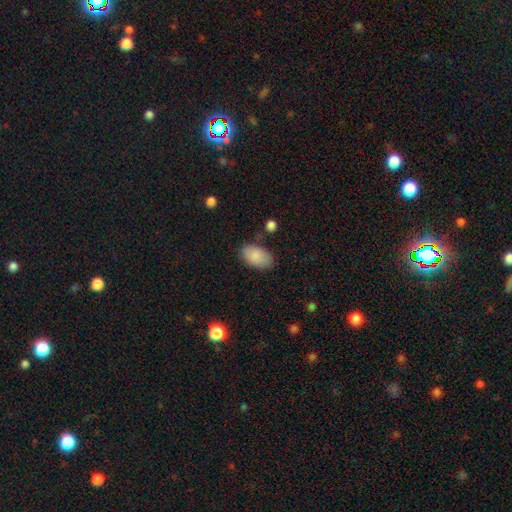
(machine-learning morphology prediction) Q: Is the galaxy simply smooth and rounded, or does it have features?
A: smooth — 85%.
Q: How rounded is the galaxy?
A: in between — 93%.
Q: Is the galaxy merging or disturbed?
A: none — 76%.